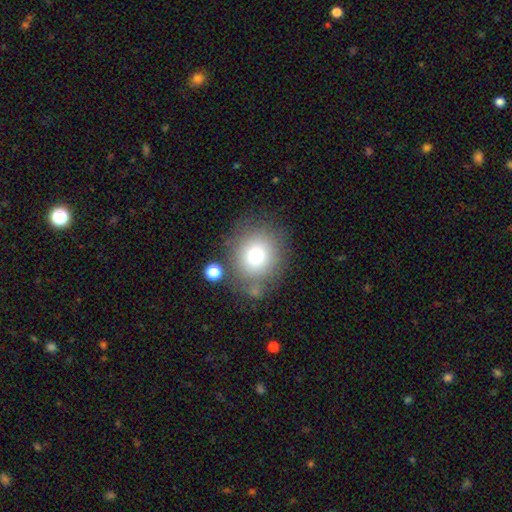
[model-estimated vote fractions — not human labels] Smooth or featured: smooth — 76% (featured or disk — 13%)
How rounded: round — 84% (in between — 15%)
Merging: none — 73% (minor disturbance — 13%)